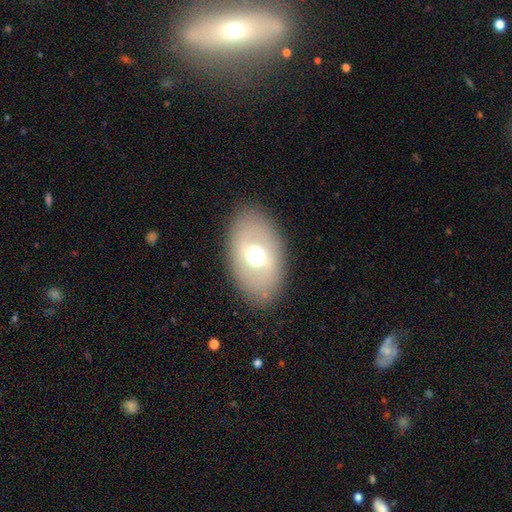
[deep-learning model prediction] Smooth or featured? Predicted: smooth (p=0.54). How rounded? Predicted: in between (p=0.85). Merging? Predicted: none (p=0.85).